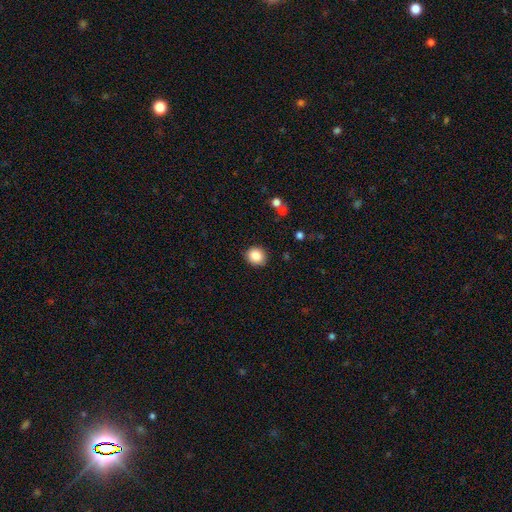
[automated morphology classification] smooth-or-featured: smooth: 87% | star or artifact: 9% | featured or disk: 4%
  how-rounded: round: 79% | in between: 20% | cigar-shaped: 1%
  merging: none: 88% | minor disturbance: 8% | major disturbance: 2% | merger: 1%